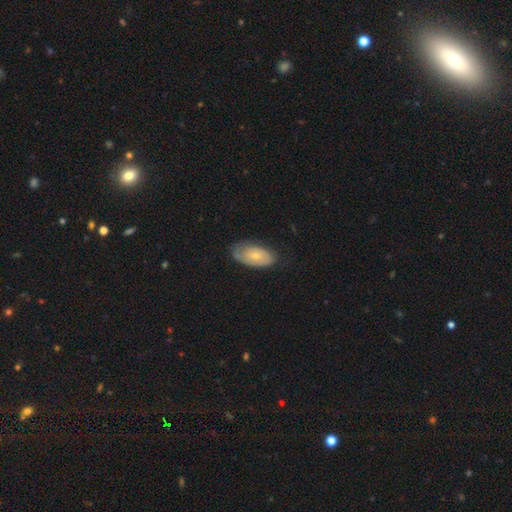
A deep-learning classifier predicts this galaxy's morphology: Smooth or featured? smooth (53%)
How rounded? in between (93%)
Merging? none (63%)